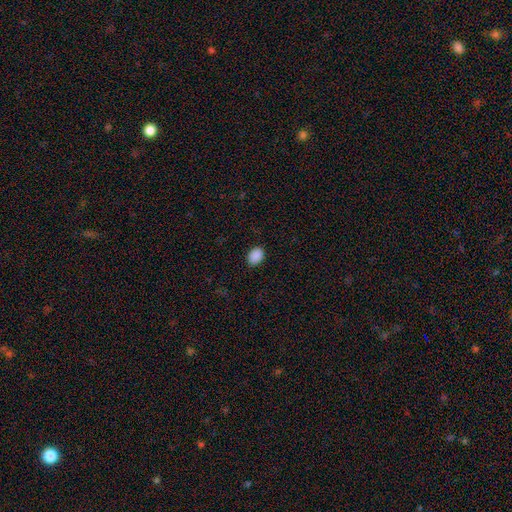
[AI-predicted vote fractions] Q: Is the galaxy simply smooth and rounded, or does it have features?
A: smooth — 89%.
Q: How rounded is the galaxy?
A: in between — 78%.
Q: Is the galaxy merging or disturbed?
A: none — 88%.